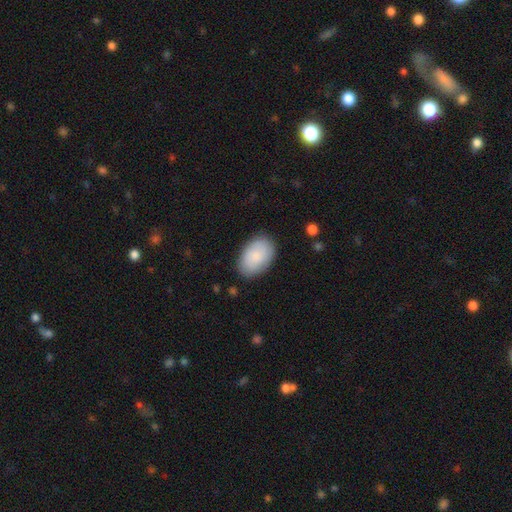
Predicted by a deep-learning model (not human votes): The model was most divided on "merging": none: 84%, minor disturbance: 12%, major disturbance: 3%, merger: 1%. More confident: how rounded — in between (91%); smooth or featured — smooth (84%).